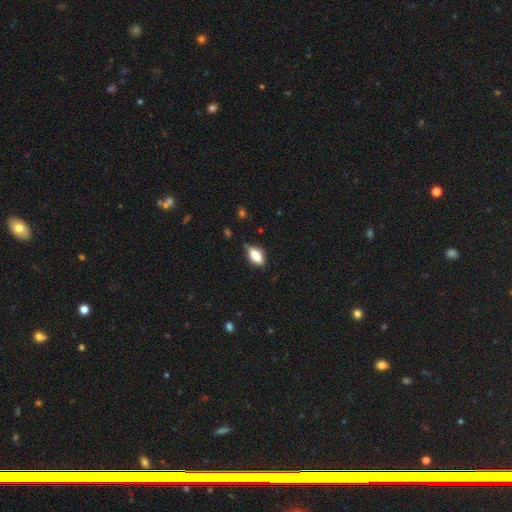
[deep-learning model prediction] Smooth or featured?
  - smooth: 71% *
  - featured or disk: 22%
  - star or artifact: 8%
How rounded?
  - in between: 85% *
  - cigar-shaped: 11%
  - round: 5%
Merging?
  - none: 79% *
  - minor disturbance: 16%
  - major disturbance: 3%
  - merger: 2%